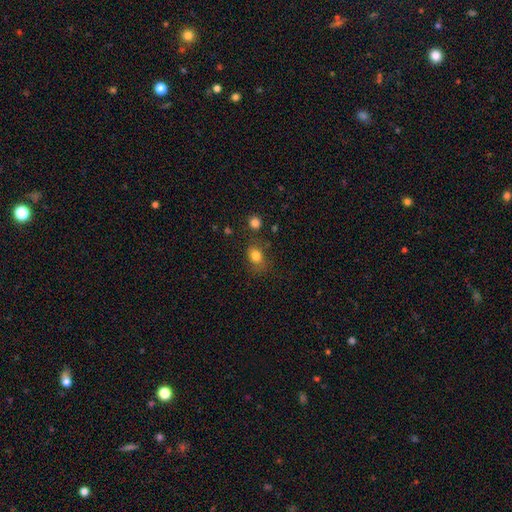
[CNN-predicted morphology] Smooth or featured? Predicted: smooth (p=0.81). How rounded? Predicted: in between (p=0.61). Merging? Predicted: none (p=0.66).